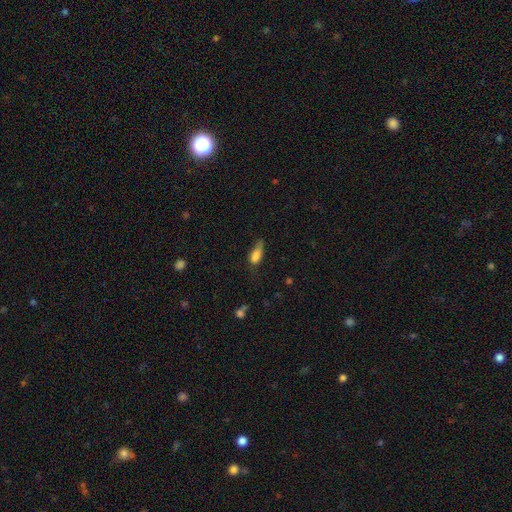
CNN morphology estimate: The model was most divided on "merging": minor disturbance: 38%, none: 35%, major disturbance: 23%, merger: 3%. More confident: smooth or featured — smooth (78%); how rounded — in between (77%).